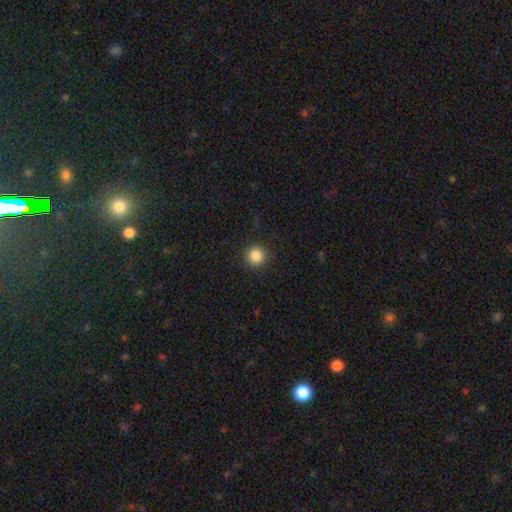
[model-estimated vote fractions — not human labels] The model was most divided on "smooth or featured": smooth: 85%, star or artifact: 11%, featured or disk: 4%. More confident: how rounded — round (96%); merging — none (92%).